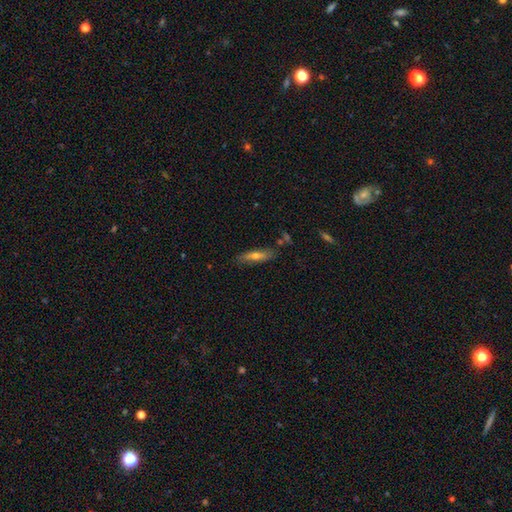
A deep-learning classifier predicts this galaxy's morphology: smooth 50%, featured or disk 42%, star or artifact 8%. Down the decision tree: merging — none (81%).